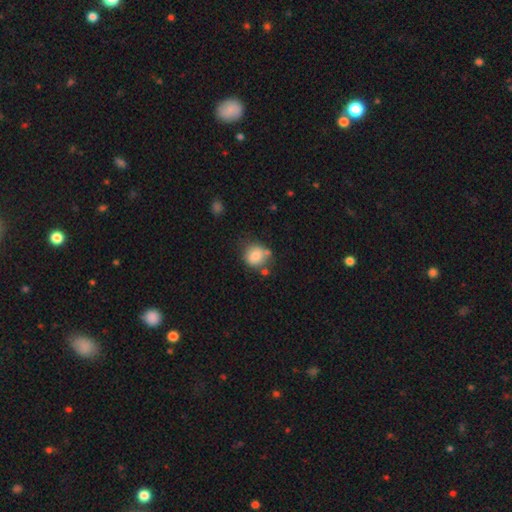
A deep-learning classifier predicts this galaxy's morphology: A smooth galaxy with no disk features (79%) that is round (84%).

Vote fractions:
- Smooth or featured? smooth: 79% / featured or disk: 12% / star or artifact: 9%
- How rounded? round: 84% / in between: 15% / cigar-shaped: 1%
- Merging? none: 61% / minor disturbance: 20% / merger: 13% / major disturbance: 6%